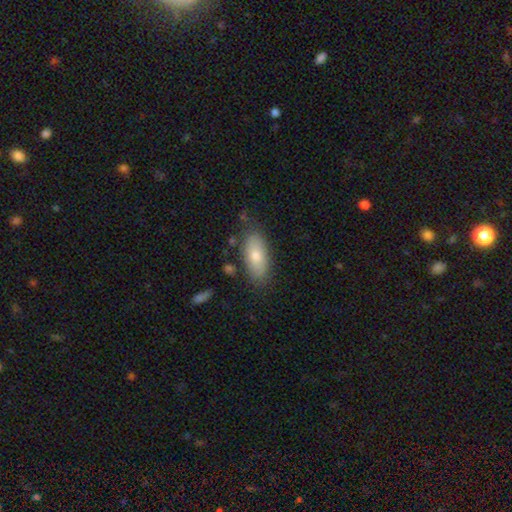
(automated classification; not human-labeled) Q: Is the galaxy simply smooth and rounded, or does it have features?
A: smooth — 74%.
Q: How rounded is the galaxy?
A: in between — 86%.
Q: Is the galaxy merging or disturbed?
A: none — 79%.